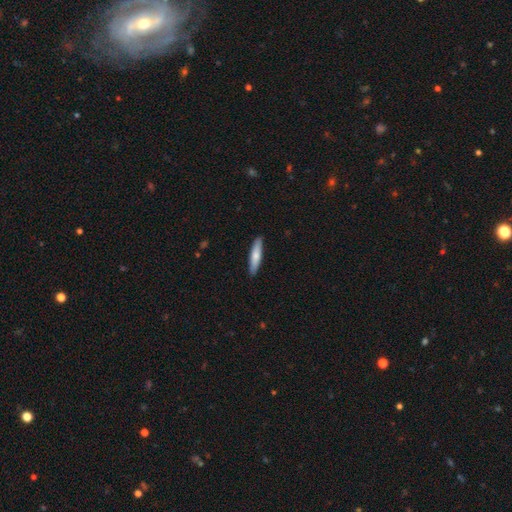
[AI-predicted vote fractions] This is likely a smooth galaxy (69%). How rounded: clearly cigar-shaped (84%). Merging: clearly none (90%).